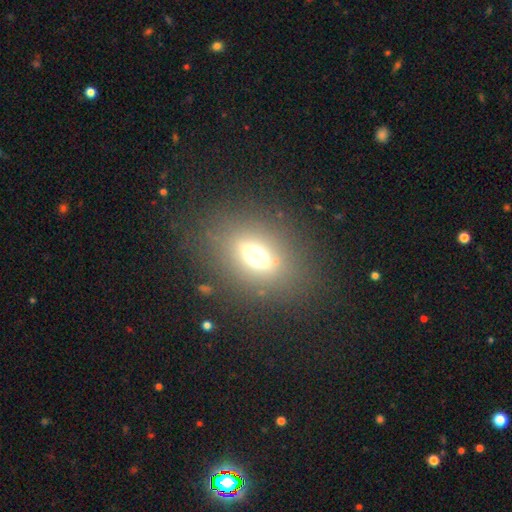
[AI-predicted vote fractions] Q: Smooth or featured?
A: smooth (43%); runner-up: featured or disk (40%)
Q: Merging?
A: none (80%); runner-up: minor disturbance (10%)